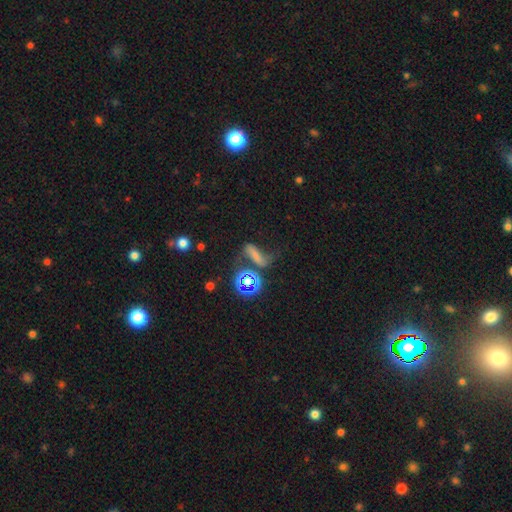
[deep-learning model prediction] Smooth or featured?
  - smooth: 46% *
  - star or artifact: 30%
  - featured or disk: 25%
Merging?
  - none: 40% *
  - major disturbance: 24%
  - minor disturbance: 21%
  - merger: 14%